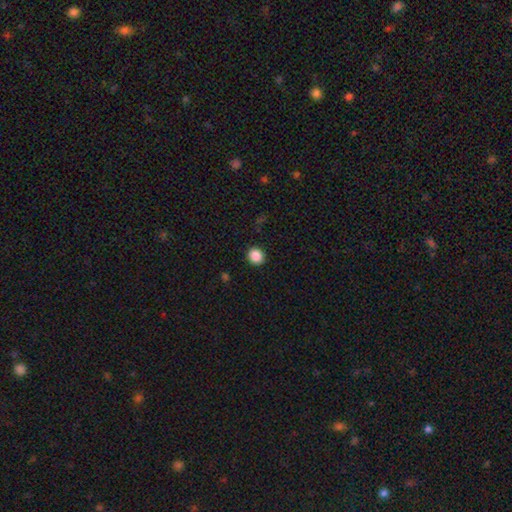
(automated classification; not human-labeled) A smooth galaxy with no disk features (88%) that is round (86%).

Vote fractions:
- Smooth or featured? smooth: 88% / star or artifact: 10% / featured or disk: 3%
- How rounded? round: 86% / in between: 13% / cigar-shaped: 1%
- Merging? none: 91% / minor disturbance: 6% / major disturbance: 2% / merger: 1%